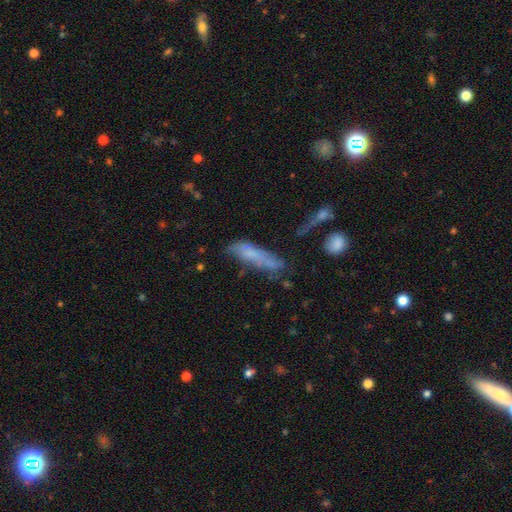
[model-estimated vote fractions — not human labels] Smooth or featured? smooth (62%)
How rounded? cigar-shaped (67%)
Merging? none (46%)